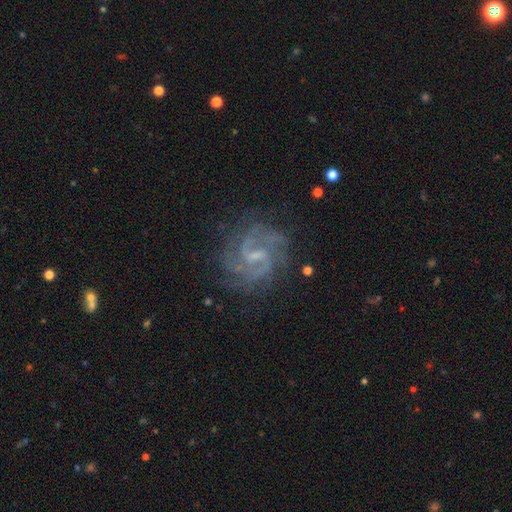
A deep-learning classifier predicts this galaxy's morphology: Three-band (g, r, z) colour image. It shows a featured or disk galaxy (88%) with a weak bar (62%), 2 (53%) medium (52%) spiral arms (97%) and a small central bulge (54%). Merging: none (75%).